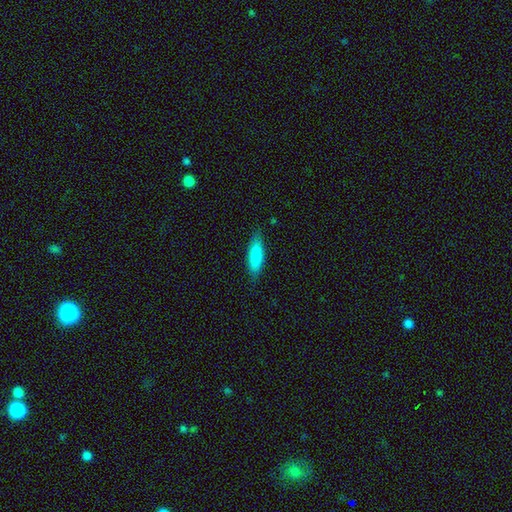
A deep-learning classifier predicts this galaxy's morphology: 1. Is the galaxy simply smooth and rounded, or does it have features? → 85% smooth, 10% featured or disk, 6% star or artifact.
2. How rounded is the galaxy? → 60% cigar-shaped, 39% in between, 1% round.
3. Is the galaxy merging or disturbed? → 83% none, 13% minor disturbance, 3% major disturbance, 1% merger.